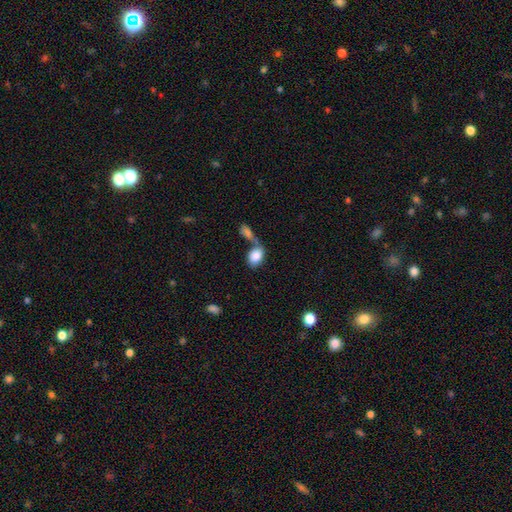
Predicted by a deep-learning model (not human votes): This is clearly a smooth galaxy (85%). How rounded: clearly in between (83%). Merging: possibly merger (48%).